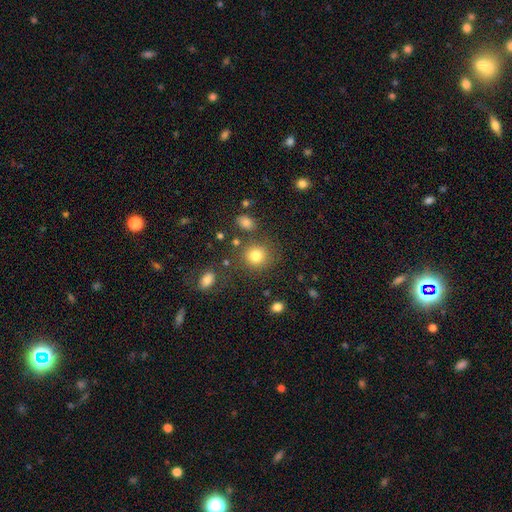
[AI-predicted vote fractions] Overall: smooth (80%). How rounded: round (87%). Merging: none (79%).